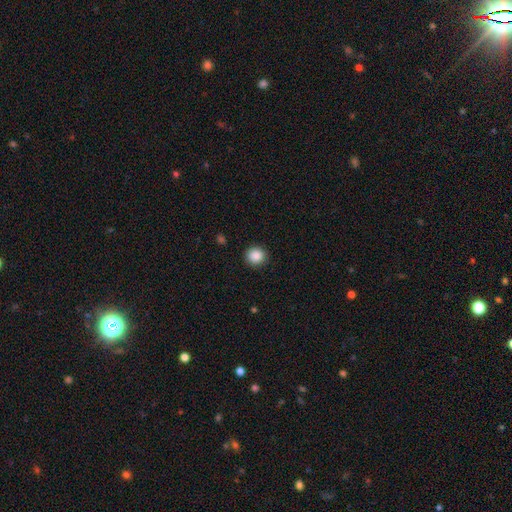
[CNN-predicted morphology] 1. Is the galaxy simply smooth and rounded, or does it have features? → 88% smooth, 9% star or artifact, 3% featured or disk.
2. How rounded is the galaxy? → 91% round, 8% in between, 1% cigar-shaped.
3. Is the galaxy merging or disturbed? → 91% none, 6% minor disturbance, 2% major disturbance, 1% merger.